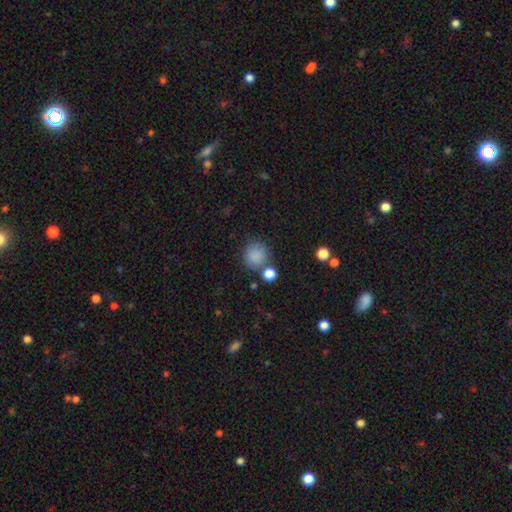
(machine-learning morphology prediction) Smooth or featured?
  - smooth: 85% *
  - star or artifact: 10%
  - featured or disk: 5%
How rounded?
  - round: 88% *
  - in between: 11%
  - cigar-shaped: 1%
Merging?
  - none: 72% *
  - merger: 12%
  - minor disturbance: 12%
  - major disturbance: 4%